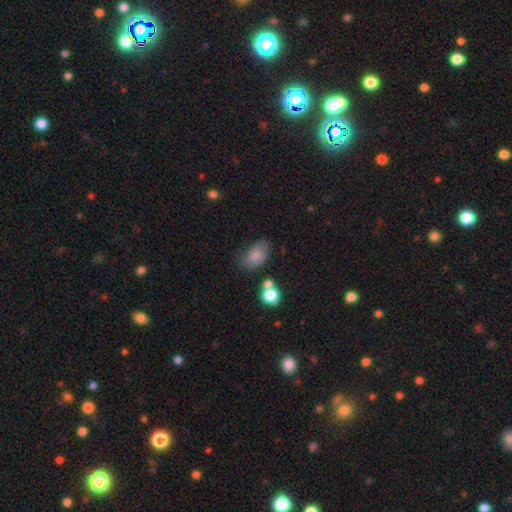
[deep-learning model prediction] Smooth or featured: smooth — 81% (featured or disk — 10%)
How rounded: in between — 88% (round — 11%)
Merging: none — 64% (minor disturbance — 21%)